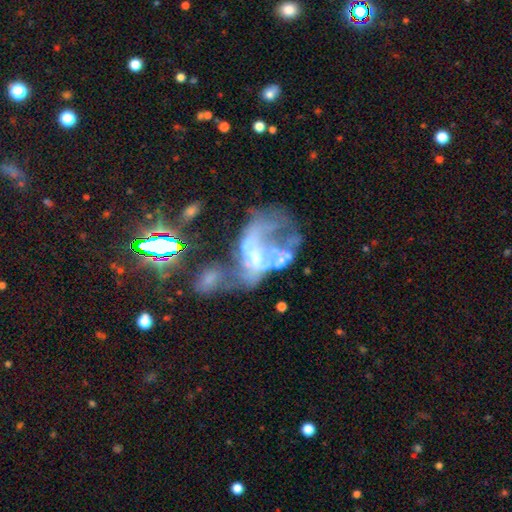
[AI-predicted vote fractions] A featured or disk galaxy (72%) with no bar (63%), no spiral arms (55%) and a moderate central bulge (43%). Merging: merger (47%).